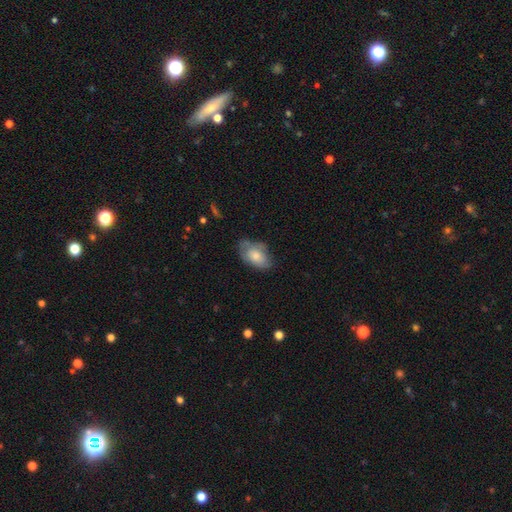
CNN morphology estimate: This appears to be a smooth galaxy with no disk features (71%) that is in between round and cigar-shaped (91%). Merging: none (53%).